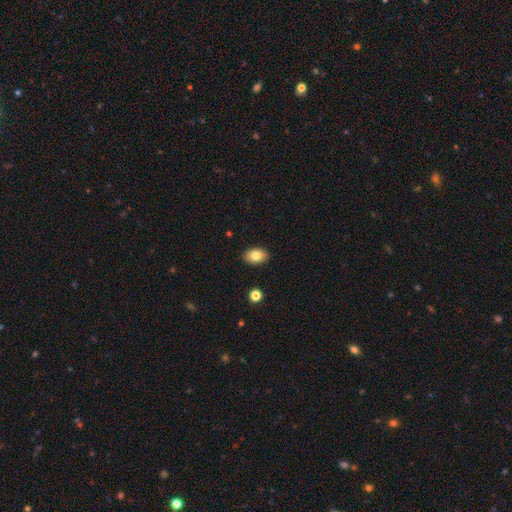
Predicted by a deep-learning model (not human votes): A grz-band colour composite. It shows a smooth galaxy with no disk features (82%) that is in between round and cigar-shaped (85%). Merging: none (89%).